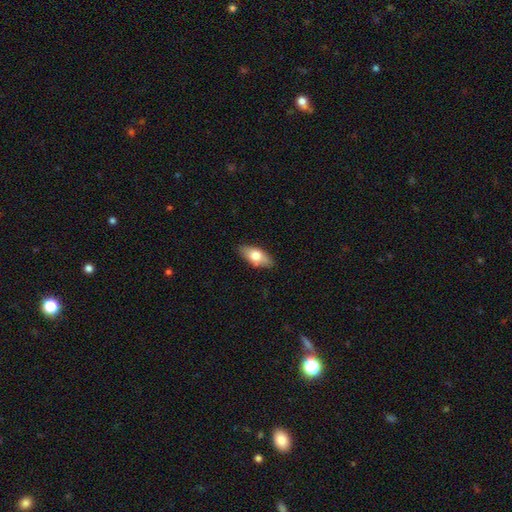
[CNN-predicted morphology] smooth 71%, featured or disk 23%, star or artifact 6%. Down the decision tree: how rounded — in between (86%); merging — none (85%).